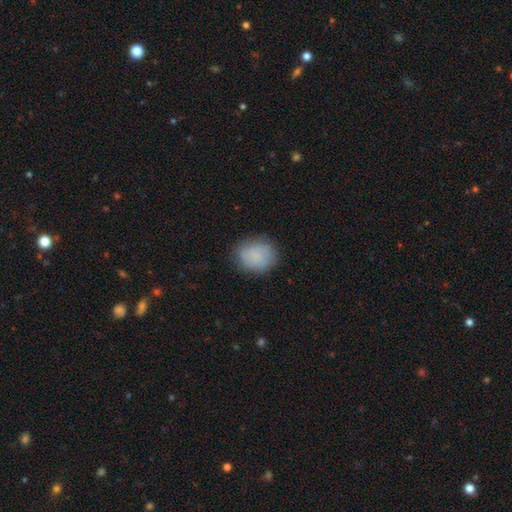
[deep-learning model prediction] This appears to be a smooth galaxy with no disk features (80%) that is round (68%). Merging: none (80%).